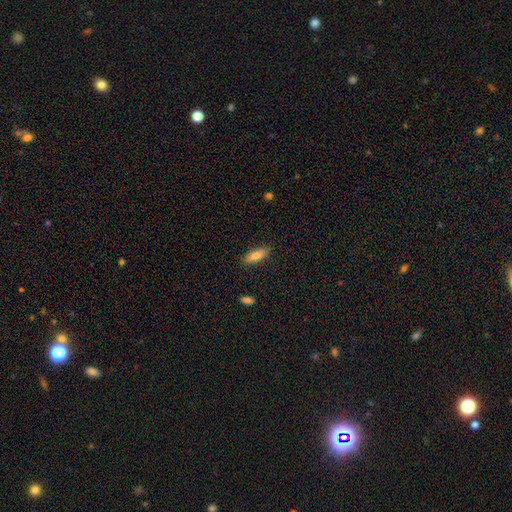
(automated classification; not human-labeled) Smooth or featured?
  - smooth: 77% *
  - featured or disk: 16%
  - star or artifact: 7%
How rounded?
  - in between: 66% *
  - cigar-shaped: 32%
  - round: 2%
Merging?
  - none: 87% *
  - minor disturbance: 10%
  - major disturbance: 2%
  - merger: 1%